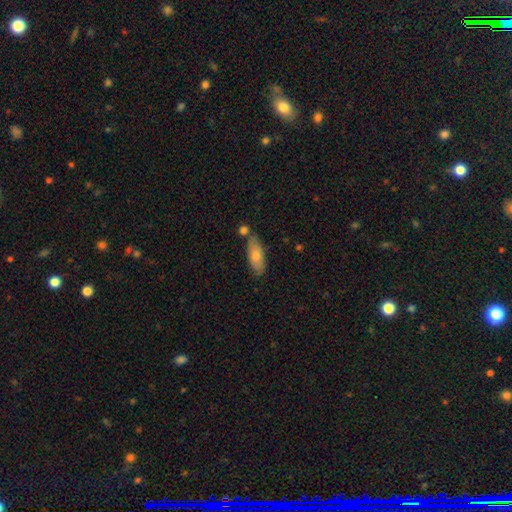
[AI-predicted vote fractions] Smooth or featured? Predicted: smooth (p=0.69). How rounded? Predicted: in between (p=0.64). Merging? Predicted: none (p=0.71).